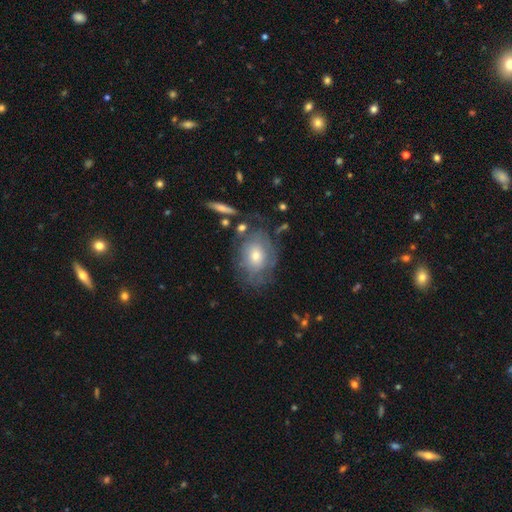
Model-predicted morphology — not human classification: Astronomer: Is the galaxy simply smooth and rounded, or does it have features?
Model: featured or disk — 48% (runner-up: smooth, 43%).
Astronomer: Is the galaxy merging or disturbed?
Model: none — 64%.